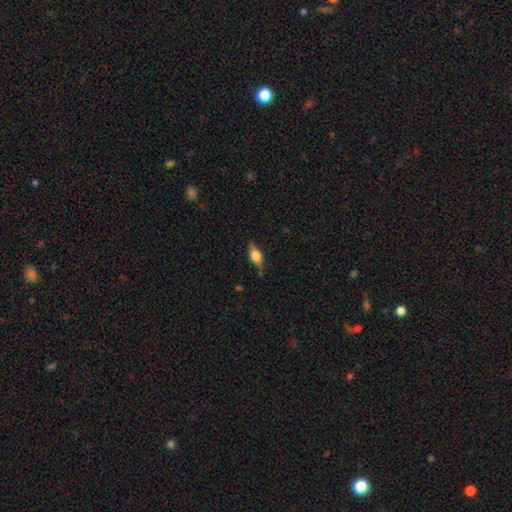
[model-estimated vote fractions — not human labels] The model was most divided on "smooth or featured": smooth: 47%, featured or disk: 45%, star or artifact: 8%. More confident: merging — none (74%).